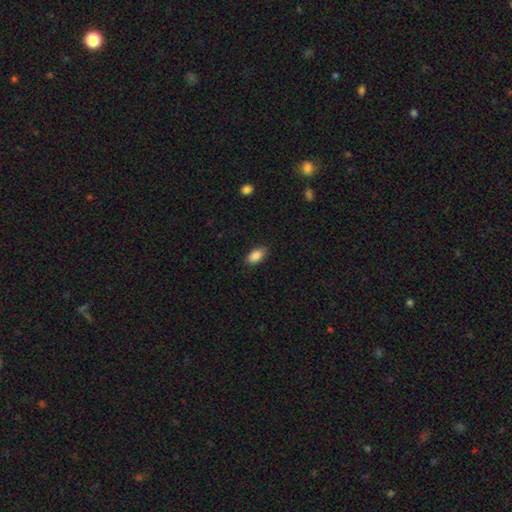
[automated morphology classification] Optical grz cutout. It shows a smooth galaxy with no disk features (89%) that is in between round and cigar-shaped (93%). Merging: none (87%).